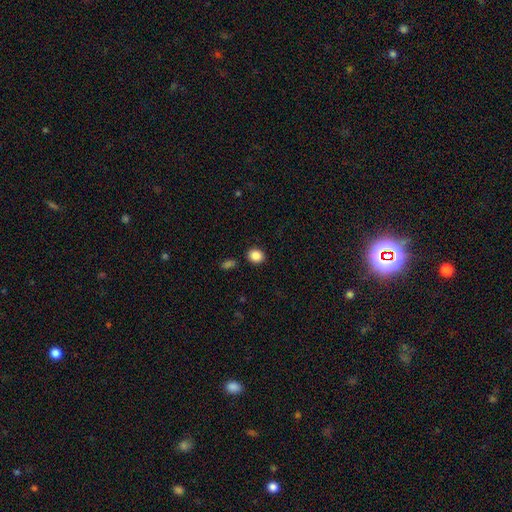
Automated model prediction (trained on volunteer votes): A smooth galaxy with no disk features (87%) that is round (62%).

Vote fractions:
- Smooth or featured? smooth: 87% / star or artifact: 9% / featured or disk: 4%
- How rounded? round: 62% / in between: 37% / cigar-shaped: 1%
- Merging? none: 88% / minor disturbance: 7% / merger: 3% / major disturbance: 2%